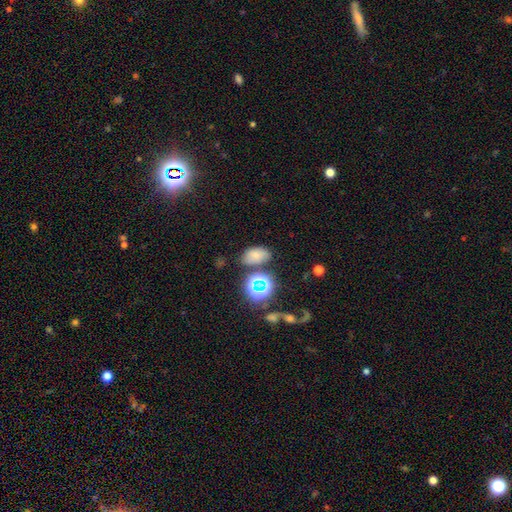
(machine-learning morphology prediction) smooth 66%, star or artifact 22%, featured or disk 12%. Down the decision tree: how rounded — in between (84%); merging — none (66%).